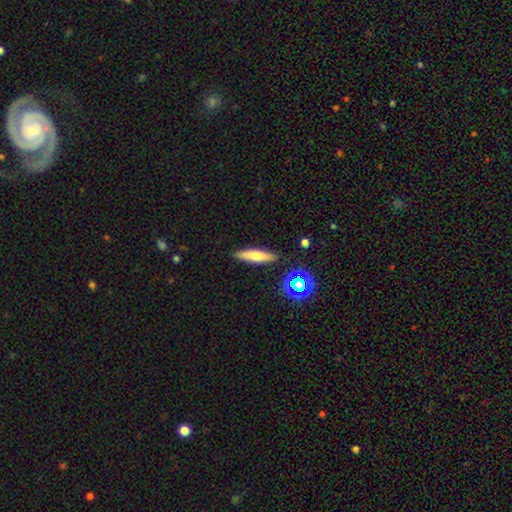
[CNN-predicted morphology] smooth 64%, featured or disk 26%, star or artifact 10%. Down the decision tree: how rounded — cigar-shaped (81%); merging — none (88%).